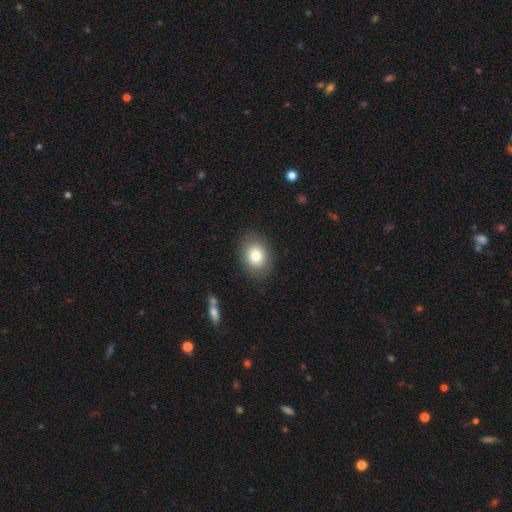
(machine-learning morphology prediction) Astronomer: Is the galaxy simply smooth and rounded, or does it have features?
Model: smooth — 81%.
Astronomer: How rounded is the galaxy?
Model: in between — 65%.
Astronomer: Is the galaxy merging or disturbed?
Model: none — 85%.